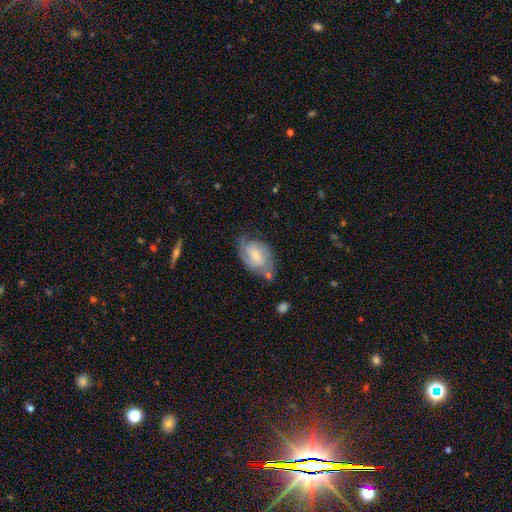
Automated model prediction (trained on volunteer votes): This appears to be a featured or disk galaxy (58%) with a weak bar (46%), spiral arms (87%) and a small central bulge (48%). Merging: none (56%).